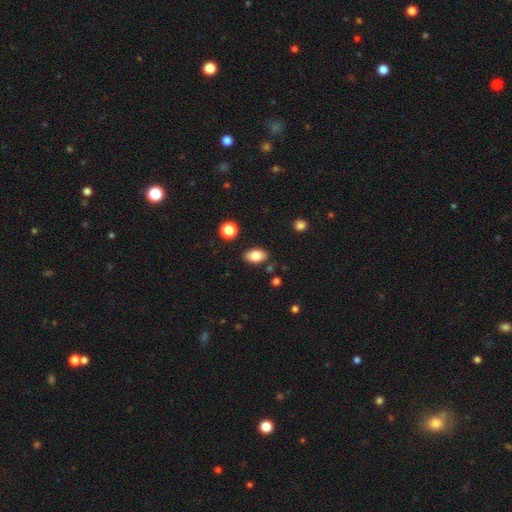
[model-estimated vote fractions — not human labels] This appears to be a smooth galaxy with no disk features (84%) that is in between round and cigar-shaped (90%). Merging: none (85%).